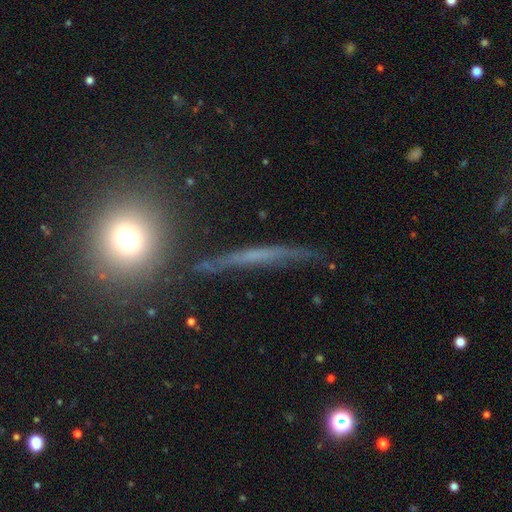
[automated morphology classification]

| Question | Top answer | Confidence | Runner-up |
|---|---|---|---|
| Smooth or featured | featured or disk | 52% | smooth (31%) |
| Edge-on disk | yes | 86% | no (14%) |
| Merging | none | 77% | minor disturbance (14%) |